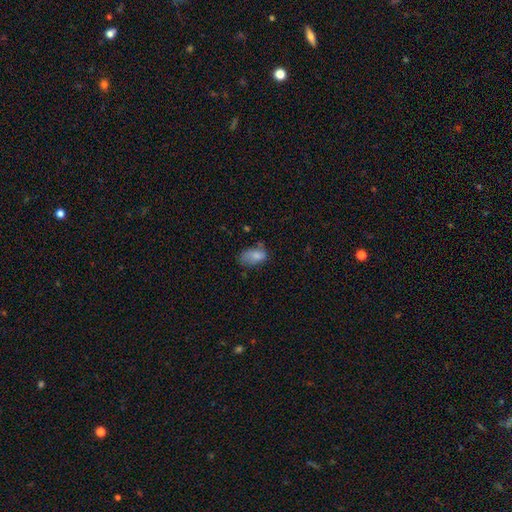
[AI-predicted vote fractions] Smooth or featured? Predicted: smooth (p=0.76). How rounded? Predicted: in between (p=0.90). Merging? Predicted: none (p=0.39).